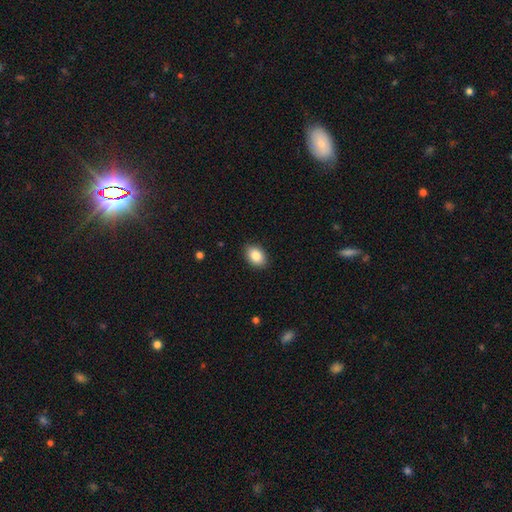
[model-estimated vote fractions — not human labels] A smooth galaxy with no disk features (86%) that is in between round and cigar-shaped (84%). Merging: none (89%).